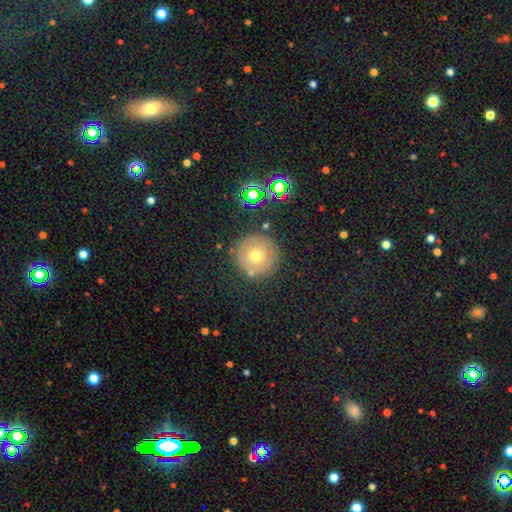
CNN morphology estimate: This is likely a smooth galaxy (65%). How rounded: clearly round (96%). Merging: clearly none (84%).